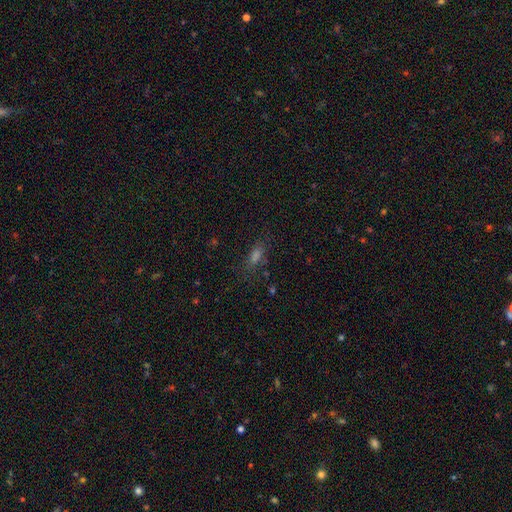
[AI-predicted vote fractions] smooth 56%, star or artifact 29%, featured or disk 15%. Down the decision tree: how rounded — in between (60%); merging — none (72%).